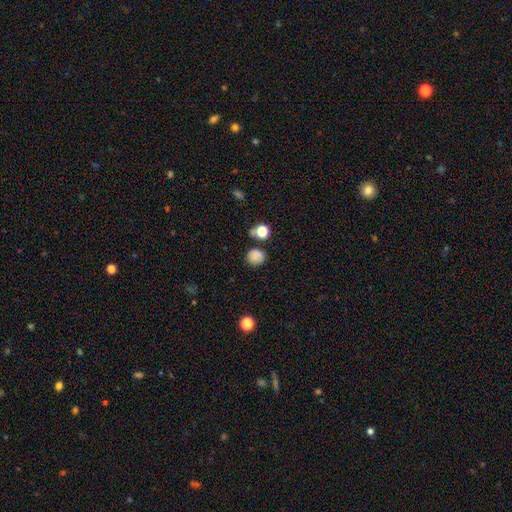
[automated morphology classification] A smooth galaxy with no disk features (82%) that is round (88%). Merging: none (76%).